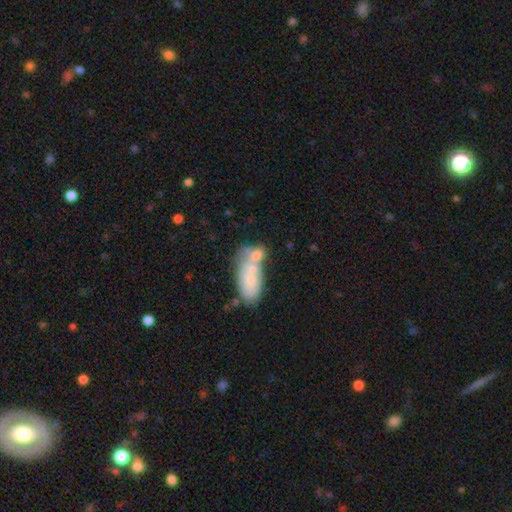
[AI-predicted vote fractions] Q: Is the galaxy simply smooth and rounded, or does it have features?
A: smooth — 66%.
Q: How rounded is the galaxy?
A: in between — 84%.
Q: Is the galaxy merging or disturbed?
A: merger — 57%.